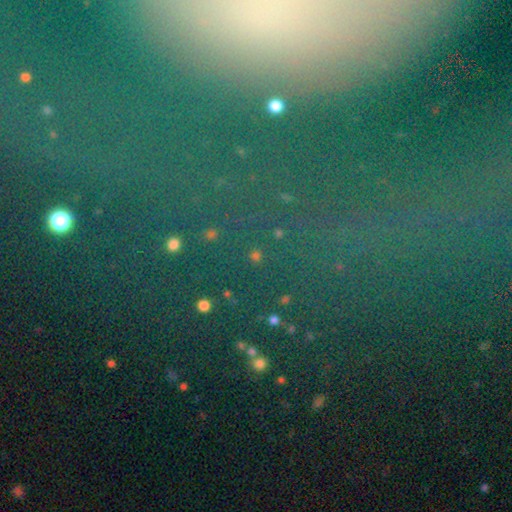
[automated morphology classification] A star or artifact, not a galaxy (47%).

Vote fractions:
- Smooth or featured? star or artifact: 47% / smooth: 45% / featured or disk: 9%